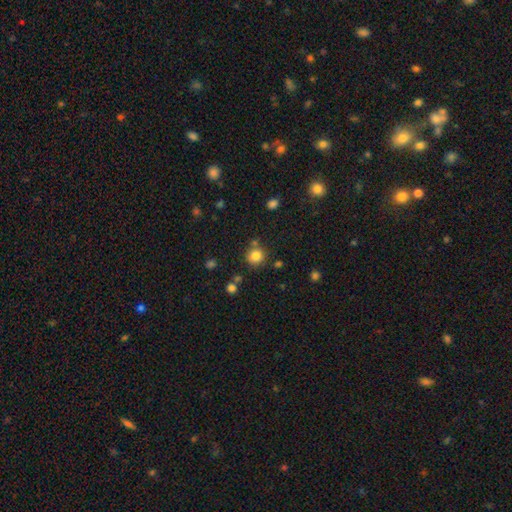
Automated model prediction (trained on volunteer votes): The model was most divided on "merging": none: 77%, minor disturbance: 10%, merger: 10%, major disturbance: 4%. More confident: how rounded — round (90%); smooth or featured — smooth (81%).